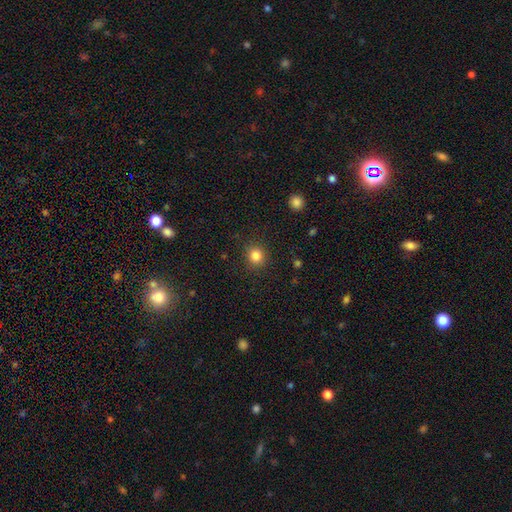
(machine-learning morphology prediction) smooth 84%, star or artifact 12%, featured or disk 4%. Down the decision tree: how rounded — round (88%); merging — none (88%).